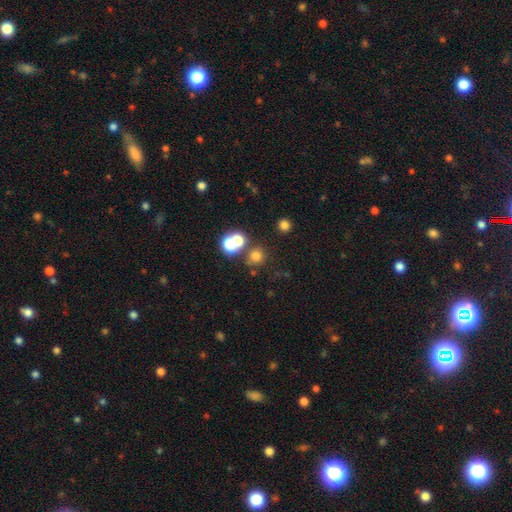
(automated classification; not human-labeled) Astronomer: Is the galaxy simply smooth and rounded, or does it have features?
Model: smooth — 70%.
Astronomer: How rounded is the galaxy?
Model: round — 88%.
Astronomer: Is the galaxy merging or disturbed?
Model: none — 62%.